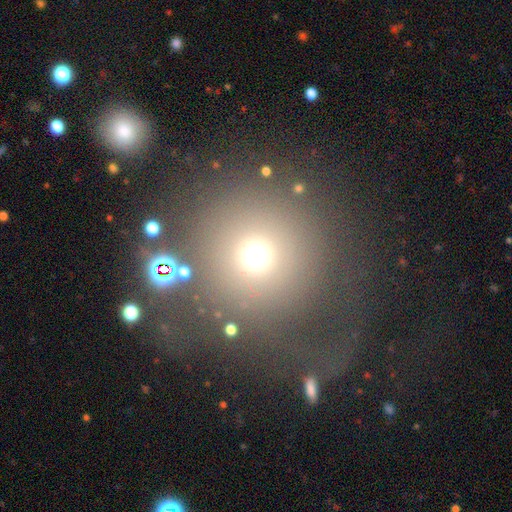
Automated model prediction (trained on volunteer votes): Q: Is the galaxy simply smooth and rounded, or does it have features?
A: smooth — 64%.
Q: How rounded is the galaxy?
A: round — 95%.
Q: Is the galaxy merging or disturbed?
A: none — 63%.